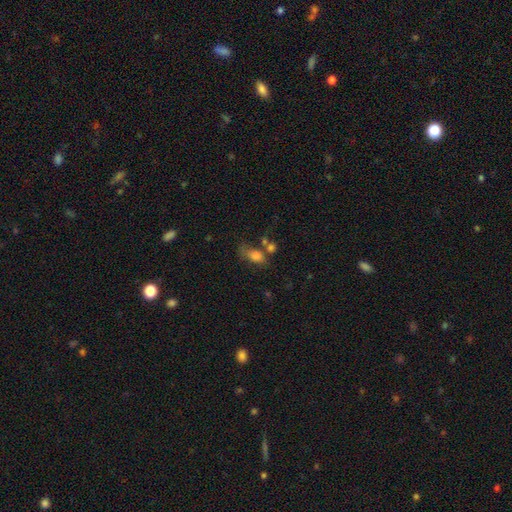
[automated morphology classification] A smooth galaxy with no disk features (77%) that is in between round and cigar-shaped (83%). Merging: none (38%).